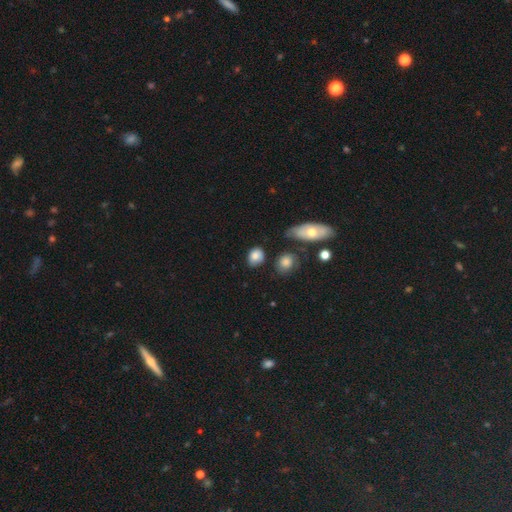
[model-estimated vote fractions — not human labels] Q: Smooth or featured?
A: smooth (81%); runner-up: featured or disk (10%)
Q: How rounded?
A: in between (57%); runner-up: round (41%)
Q: Merging?
A: none (68%); runner-up: minor disturbance (20%)